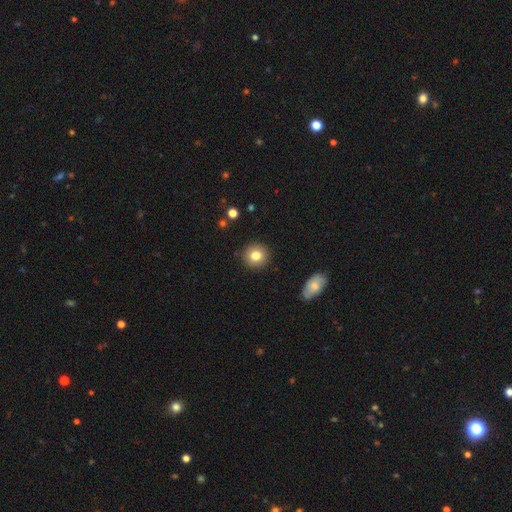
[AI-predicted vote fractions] Overall: smooth (81%). How rounded: round (92%). Merging: none (91%).